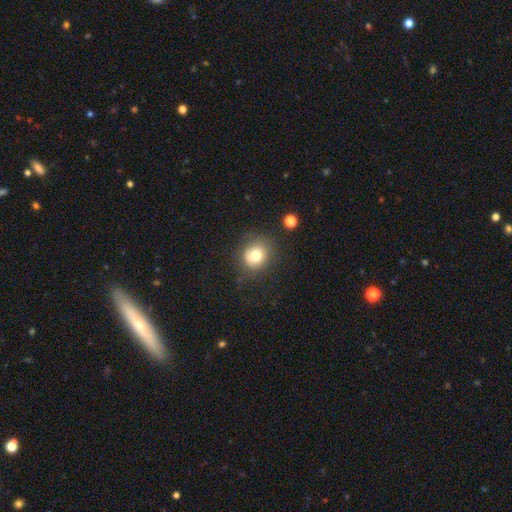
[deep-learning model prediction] The model was most divided on "how rounded": round: 78%, in between: 21%, cigar-shaped: 1%. More confident: merging — none (76%); smooth or featured — smooth (74%).